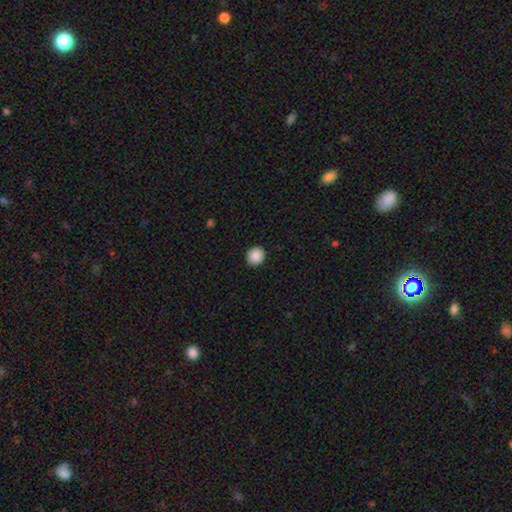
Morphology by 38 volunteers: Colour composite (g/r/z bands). It shows a smooth galaxy with no disk features (92%) that is round (94%). Merging: none (100%).